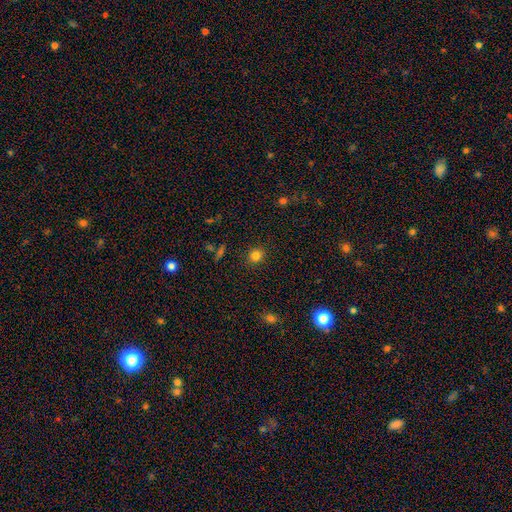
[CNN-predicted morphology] smooth_or_featured: smooth (p=0.81) [alt: star or artifact p=0.14]
how_rounded: round (p=0.86) [alt: in between p=0.13]
merging: none (p=0.90) [alt: minor disturbance p=0.07]